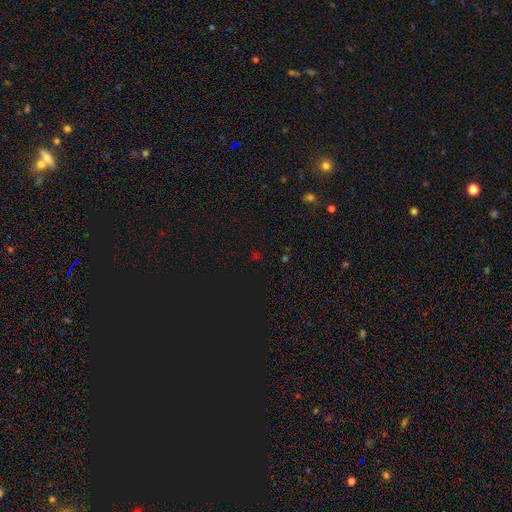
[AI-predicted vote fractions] smooth-or-featured: star or artifact: 66% | smooth: 27% | featured or disk: 7%